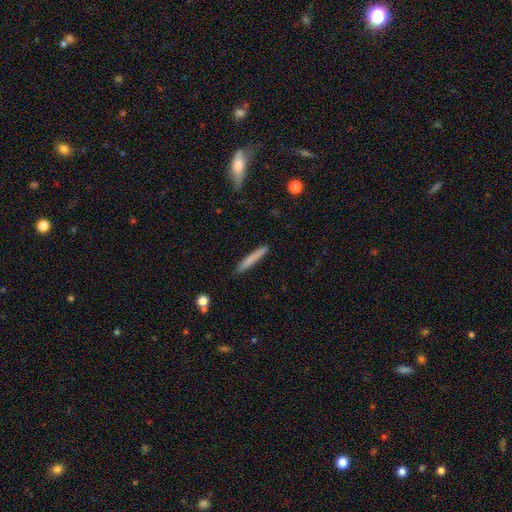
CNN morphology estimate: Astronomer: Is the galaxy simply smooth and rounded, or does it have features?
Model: smooth — 72%.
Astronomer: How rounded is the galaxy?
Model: cigar-shaped — 96%.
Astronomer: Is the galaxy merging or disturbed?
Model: none — 89%.